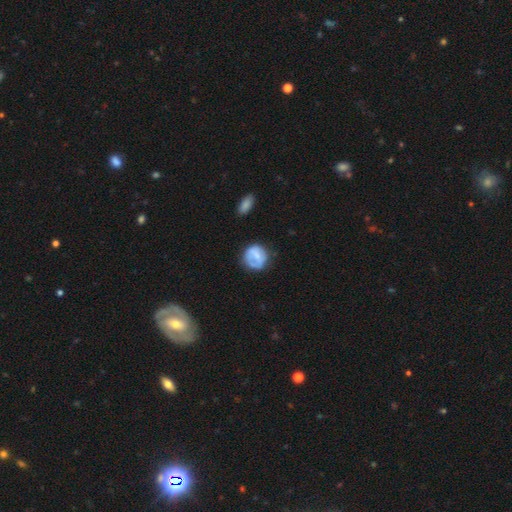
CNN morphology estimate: type=smooth (62%); roundness=round (83%); merging=none (61%).